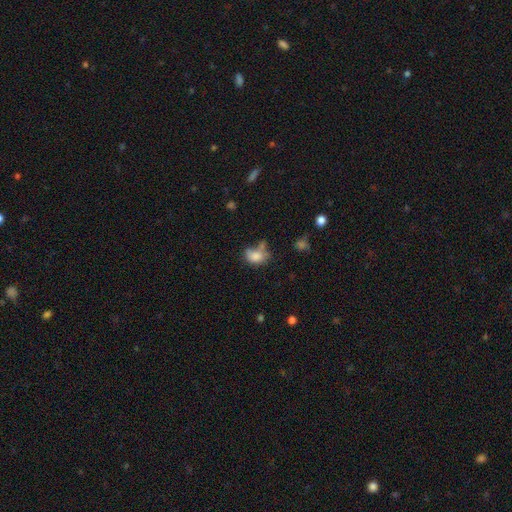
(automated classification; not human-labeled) Q: Smooth or featured?
A: smooth (77%); runner-up: featured or disk (12%)
Q: How rounded?
A: in between (77%); runner-up: round (22%)
Q: Merging?
A: none (35%); runner-up: minor disturbance (24%)